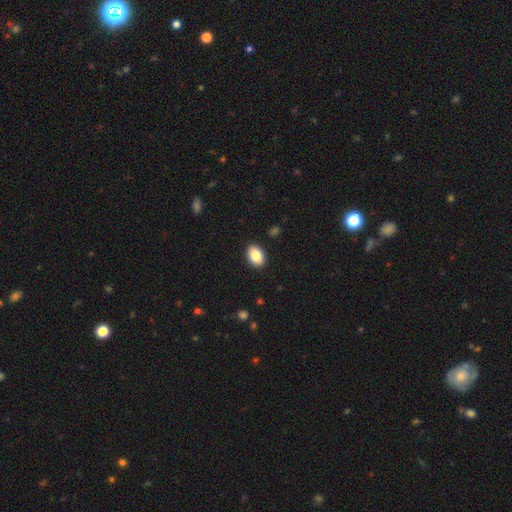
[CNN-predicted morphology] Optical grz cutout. It shows a smooth galaxy with no disk features (85%) that is in between round and cigar-shaped (81%). Merging: none (91%).